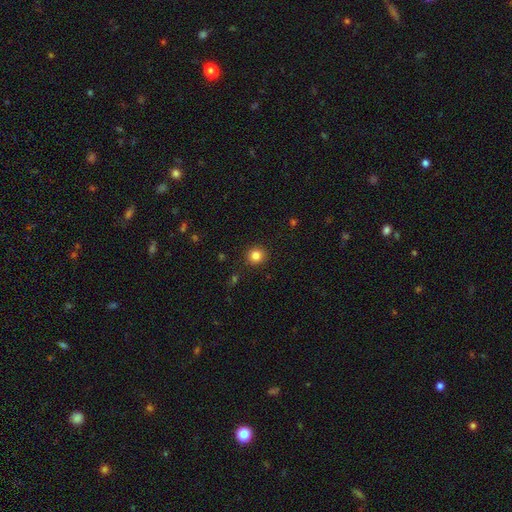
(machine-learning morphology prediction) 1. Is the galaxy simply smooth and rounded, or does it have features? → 84% smooth, 11% star or artifact, 5% featured or disk.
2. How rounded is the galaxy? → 91% round, 8% in between, 1% cigar-shaped.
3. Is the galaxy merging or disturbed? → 92% none, 5% minor disturbance, 2% major disturbance, 1% merger.